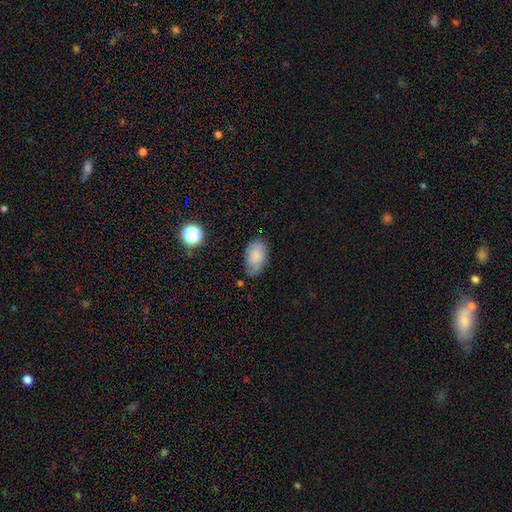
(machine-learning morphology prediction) This is likely a smooth galaxy (77%). How rounded: clearly in between (91%). Merging: likely none (62%).